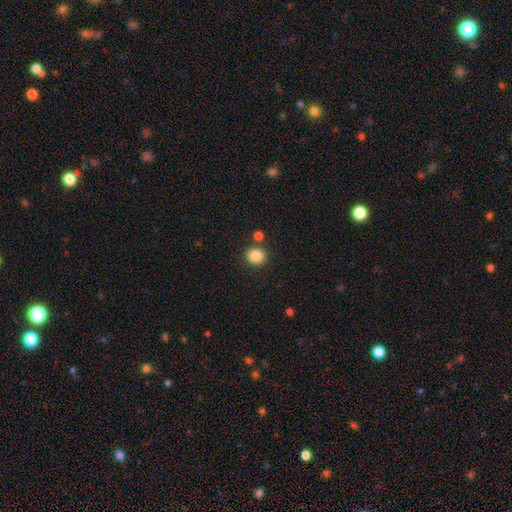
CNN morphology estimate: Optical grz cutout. It shows a smooth galaxy with no disk features (86%) that is round (83%). Merging: none (81%).